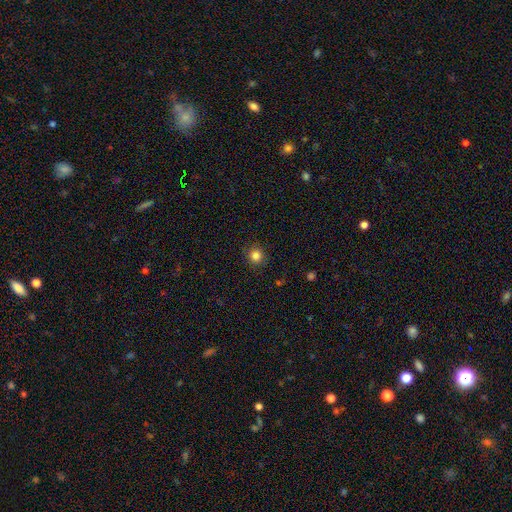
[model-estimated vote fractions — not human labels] A smooth galaxy with no disk features (83%) that is round (92%).

Vote fractions:
- Smooth or featured? smooth: 83% / star or artifact: 12% / featured or disk: 5%
- How rounded? round: 92% / in between: 7% / cigar-shaped: 1%
- Merging? none: 90% / minor disturbance: 7% / major disturbance: 2% / merger: 1%